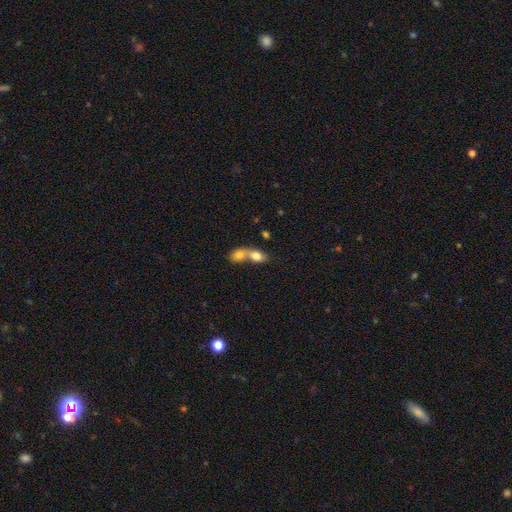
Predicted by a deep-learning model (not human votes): A smooth galaxy with no disk features (78%) that is in between round and cigar-shaped (72%). Merging: merger (77%).